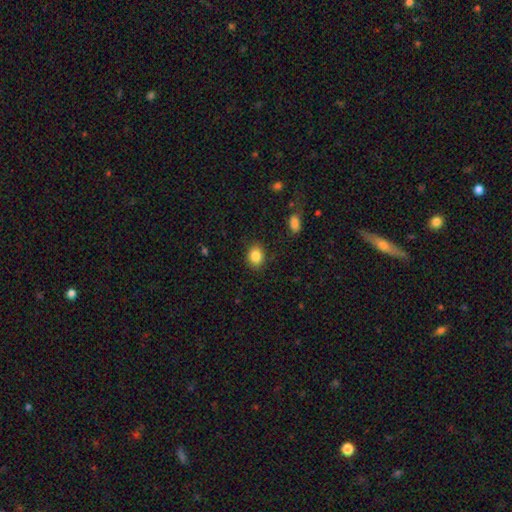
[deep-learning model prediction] Morphology: type=smooth (86%); roundness=round (51%); merging=none (86%).